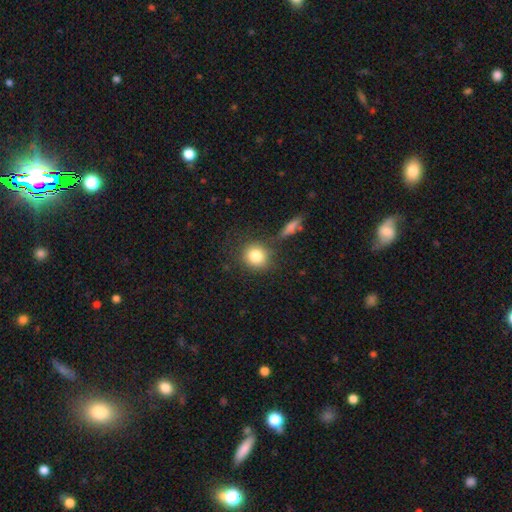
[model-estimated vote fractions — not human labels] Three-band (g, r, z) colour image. It shows a smooth galaxy with no disk features (82%) that is round (87%). Merging: none (76%).